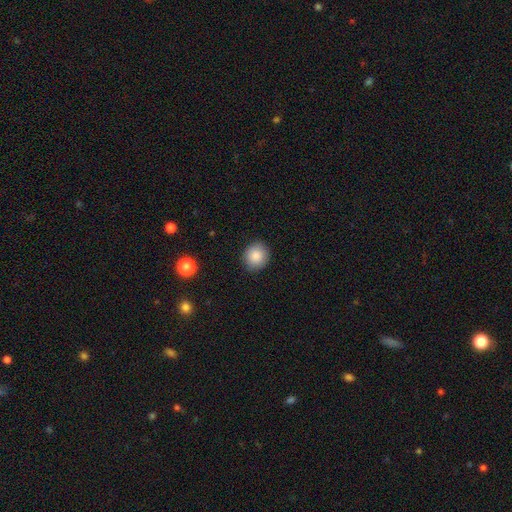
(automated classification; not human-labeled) Smooth or featured: smooth — 87% (star or artifact — 8%)
How rounded: round — 85% (in between — 14%)
Merging: none — 88% (minor disturbance — 9%)